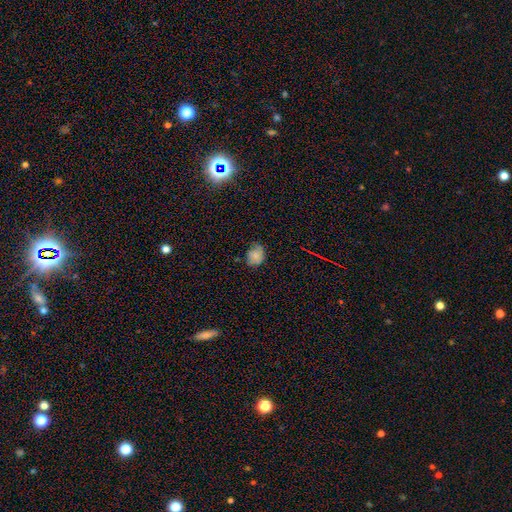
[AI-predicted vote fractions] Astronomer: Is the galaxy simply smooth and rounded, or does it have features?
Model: smooth — 73%.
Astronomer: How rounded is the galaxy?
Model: round — 50% (runner-up: in between, 49%).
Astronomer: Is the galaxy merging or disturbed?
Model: none — 55% (runner-up: minor disturbance, 34%).